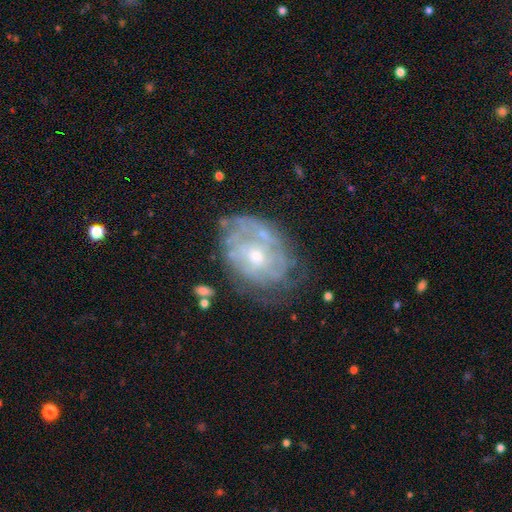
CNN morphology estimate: Q: Smooth or featured?
A: featured or disk (75%); runner-up: smooth (18%)
Q: Edge-on disk?
A: no (96%); runner-up: yes (4%)
Q: Bar?
A: no (78%); runner-up: weak (18%)
Q: Spiral arms?
A: yes (68%); runner-up: no (32%)
Q: Bulge size?
A: small (52%); runner-up: moderate (43%)
Q: Merging?
A: none (59%); runner-up: minor disturbance (25%)